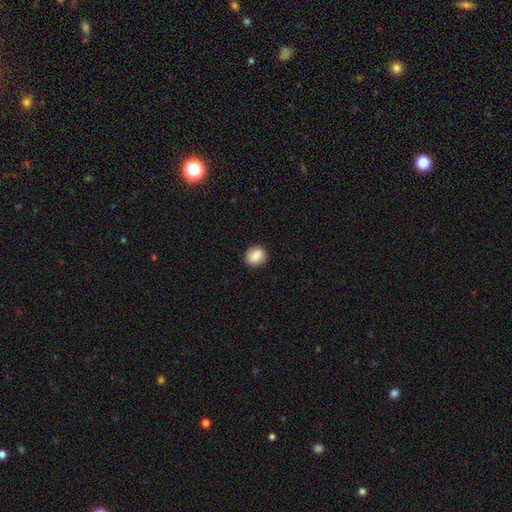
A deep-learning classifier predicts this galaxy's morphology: A smooth galaxy with no disk features (85%) that is round (80%).

Vote fractions:
- Smooth or featured? smooth: 85% / star or artifact: 8% / featured or disk: 7%
- How rounded? round: 80% / in between: 19% / cigar-shaped: 1%
- Merging? none: 89% / minor disturbance: 8% / major disturbance: 2% / merger: 1%